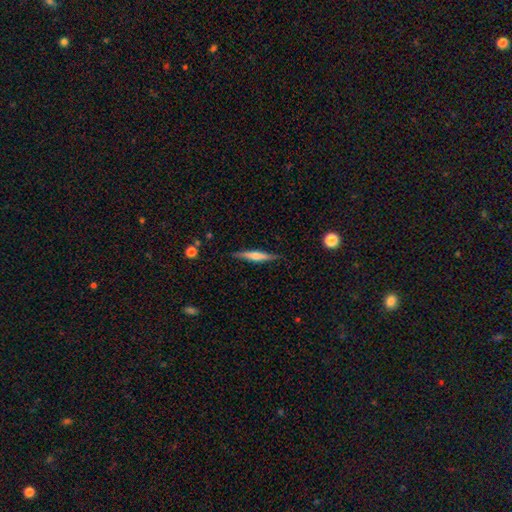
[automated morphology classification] Smooth or featured? Predicted: featured or disk (p=0.56). Edge-on disk? Predicted: yes (p=0.96). Edge-on bulge? Predicted: rounded (p=0.74). Merging? Predicted: none (p=0.88).